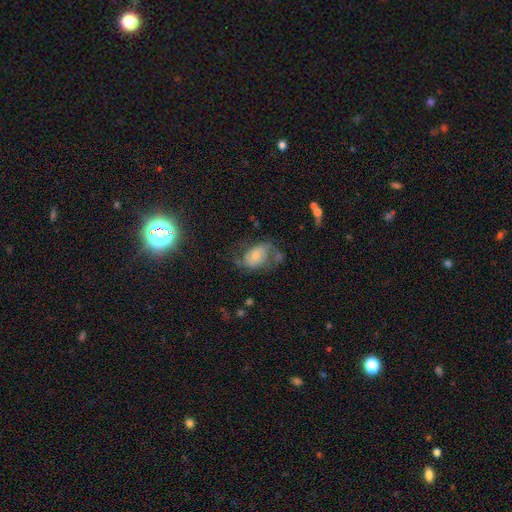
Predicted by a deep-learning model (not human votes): A featured or disk galaxy (59%) with no bar (67%), spiral arms (78%) and a small central bulge (46%).

Vote fractions:
- Smooth or featured? featured or disk: 59% / smooth: 32% / star or artifact: 9%
- Edge-on disk? no: 97% / yes: 3%
- Bar? no: 67% / weak: 26% / strong: 7%
- Spiral arms? yes: 78% / no: 22%
- Bulge size? small: 46% / moderate: 43% / large: 6% / none: 3% / dominant: 2%
- Merging? none: 43% / major disturbance: 29% / minor disturbance: 23% / merger: 4%